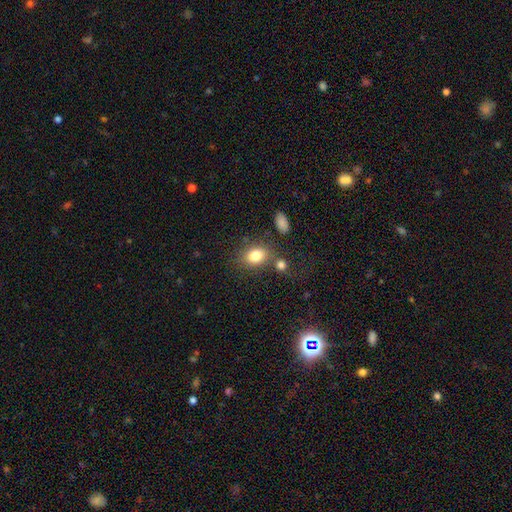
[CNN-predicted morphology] smooth 81%, star or artifact 10%, featured or disk 9%. Down the decision tree: how rounded — in between (65%); merging — none (67%).